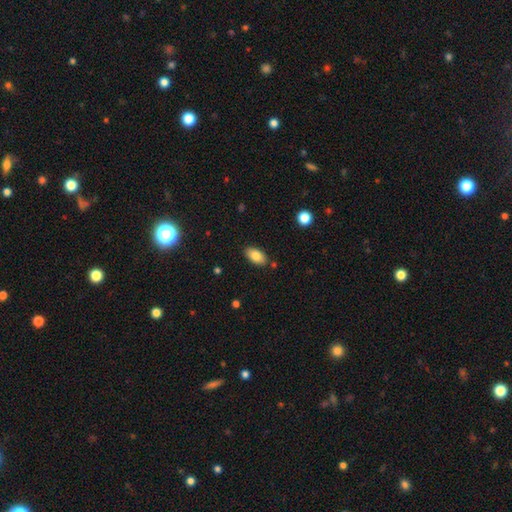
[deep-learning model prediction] A smooth galaxy with no disk features (83%) that is in between round and cigar-shaped (93%).

Vote fractions:
- Smooth or featured? smooth: 83% / featured or disk: 9% / star or artifact: 8%
- How rounded? in between: 93% / round: 5% / cigar-shaped: 2%
- Merging? none: 84% / minor disturbance: 11% / merger: 3% / major disturbance: 2%